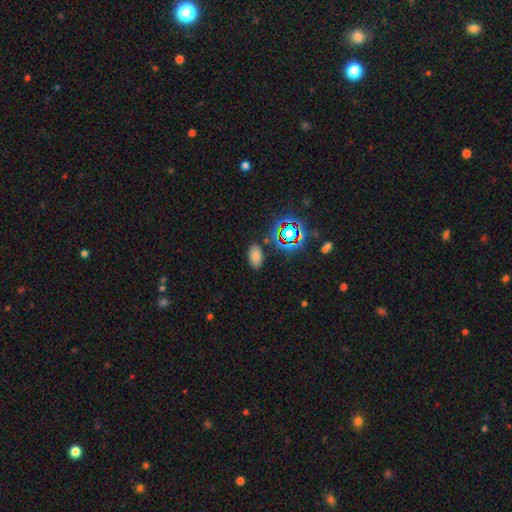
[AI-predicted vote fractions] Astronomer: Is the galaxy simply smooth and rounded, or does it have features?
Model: smooth — 73%.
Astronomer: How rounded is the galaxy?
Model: in between — 91%.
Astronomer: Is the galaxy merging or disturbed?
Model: none — 83%.